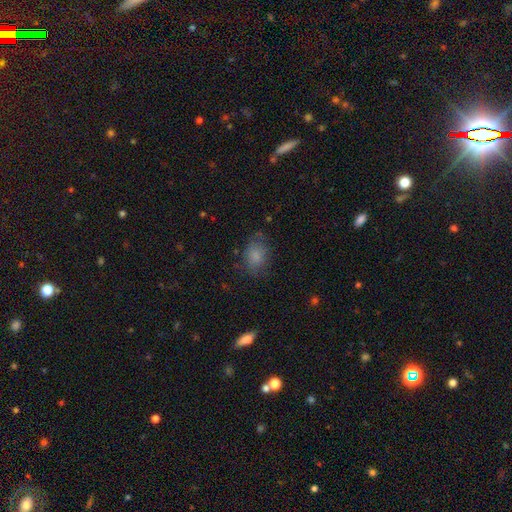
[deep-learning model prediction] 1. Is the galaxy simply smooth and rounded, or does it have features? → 82% smooth, 10% star or artifact, 8% featured or disk.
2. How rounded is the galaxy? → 69% in between, 30% round, 1% cigar-shaped.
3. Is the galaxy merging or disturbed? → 69% none, 21% minor disturbance, 8% major disturbance, 2% merger.